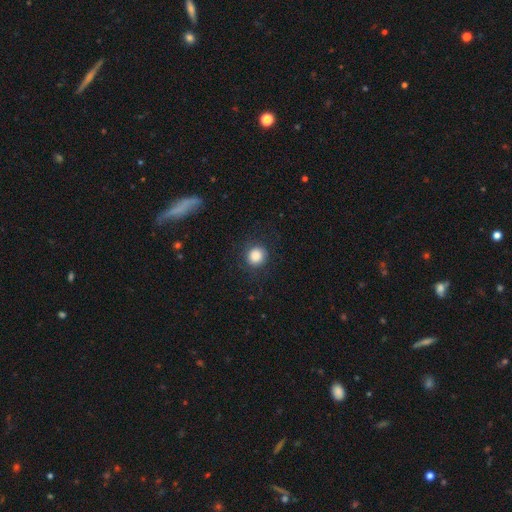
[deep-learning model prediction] smooth-or-featured: smooth: 87% | star or artifact: 9% | featured or disk: 4%
  how-rounded: round: 90% | in between: 9% | cigar-shaped: 1%
  merging: none: 86% | minor disturbance: 9% | major disturbance: 4% | merger: 1%